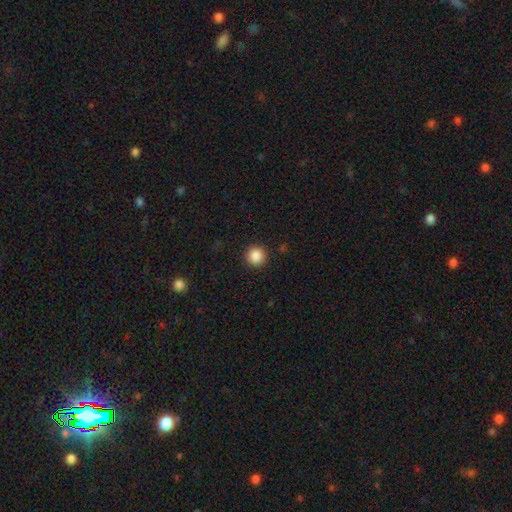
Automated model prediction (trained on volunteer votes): Overall: smooth (87%). How rounded: round (96%). Merging: none (92%).